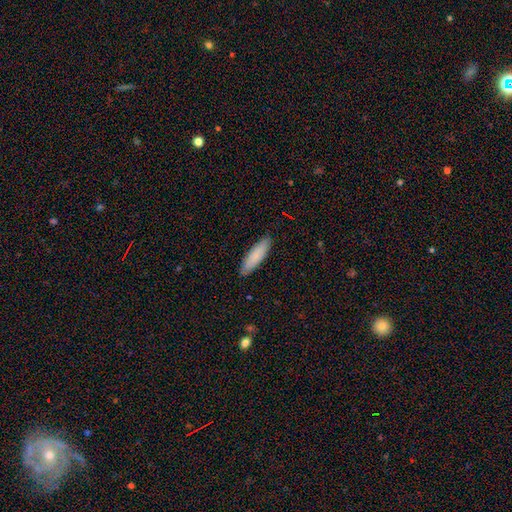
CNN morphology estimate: This appears to be a smooth galaxy with no disk features (85%) that is cigar-shaped (68%). Merging: none (89%).